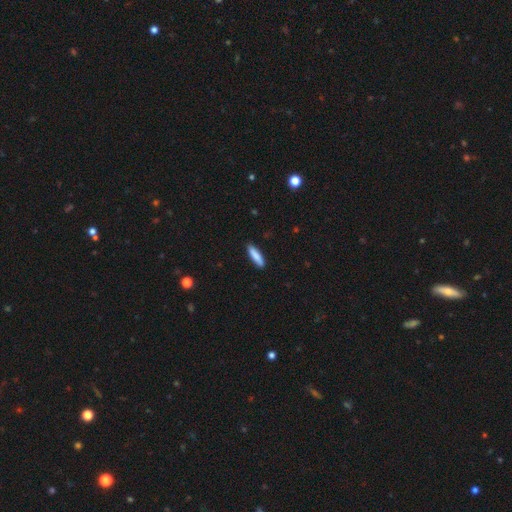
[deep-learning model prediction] The model was most divided on "how rounded": cigar-shaped: 72%, in between: 27%, round: 1%. More confident: merging — none (89%); smooth or featured — smooth (86%).